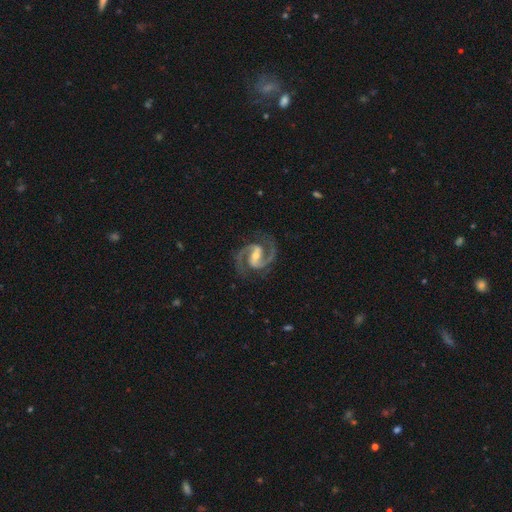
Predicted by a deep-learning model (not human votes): Smooth or featured? featured or disk (94%)
Edge-on disk? no (98%)
Bar? strong (43%)
Spiral arms? yes (99%)
Spiral winding? medium (70%)
Spiral arm count? 2 (94%)
Bulge size? moderate (48%)
Merging? none (83%)